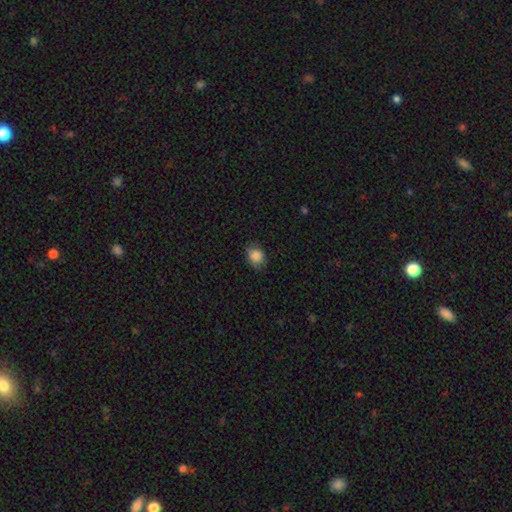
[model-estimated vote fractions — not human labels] Overall: smooth (85%). How rounded: in between (50%; round 49%). Merging: none (74%).